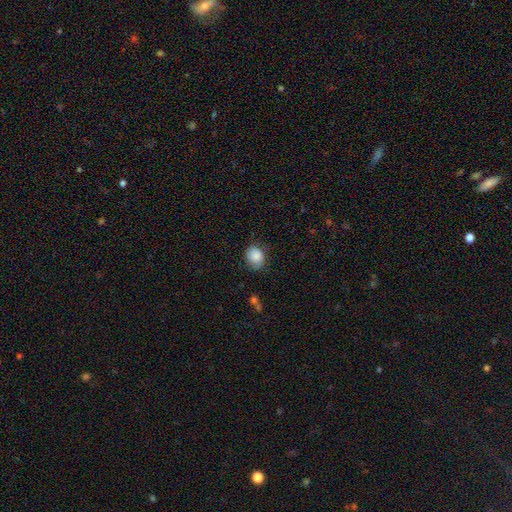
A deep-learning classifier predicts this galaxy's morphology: This appears to be a smooth galaxy with no disk features (85%) that is round (58%). Merging: none (67%).